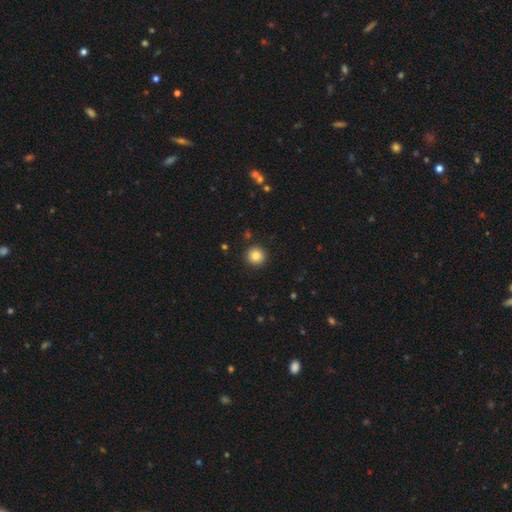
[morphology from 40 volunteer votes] A smooth galaxy with no disk features (88%) that is round (94%).

Vote fractions:
- Smooth or featured? smooth: 88% / star or artifact: 10% / featured or disk: 2%
- How rounded? round: 94% / in between: 6% / cigar-shaped: 0%
- Merging? none: 92% / major disturbance: 6% / minor disturbance: 3% / merger: 0%